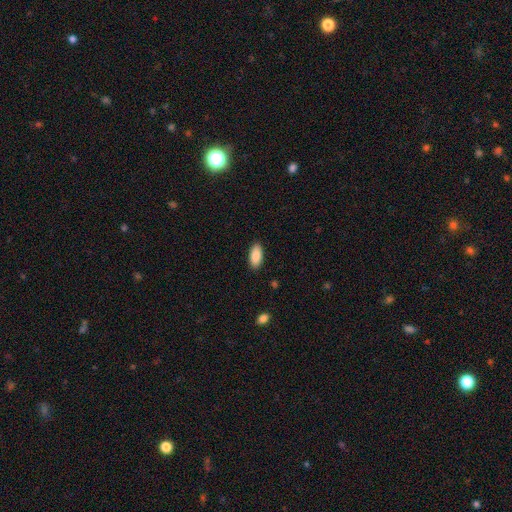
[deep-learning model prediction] Morphology: type=smooth (89%); roundness=in between (90%); merging=none (89%).